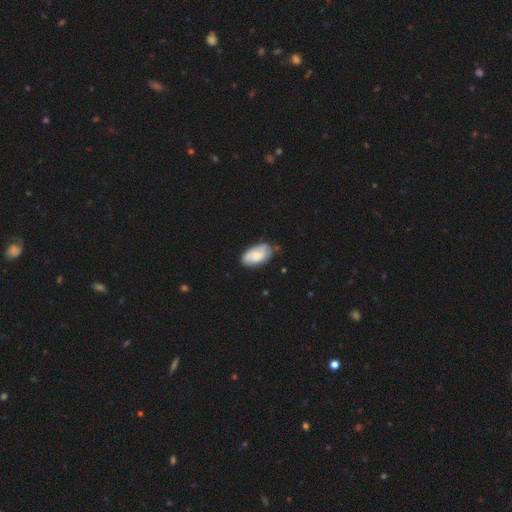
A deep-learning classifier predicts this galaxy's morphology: A smooth galaxy with no disk features (61%) that is in between round and cigar-shaped (94%).

Vote fractions:
- Smooth or featured? smooth: 61% / featured or disk: 33% / star or artifact: 7%
- How rounded? in between: 94% / round: 3% / cigar-shaped: 2%
- Merging? none: 63% / minor disturbance: 29% / major disturbance: 6% / merger: 3%